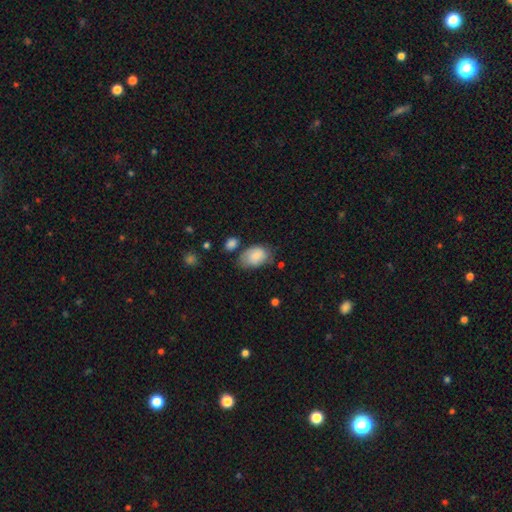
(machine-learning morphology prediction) A smooth galaxy with no disk features (78%) that is in between round and cigar-shaped (86%). Merging: none (50%).